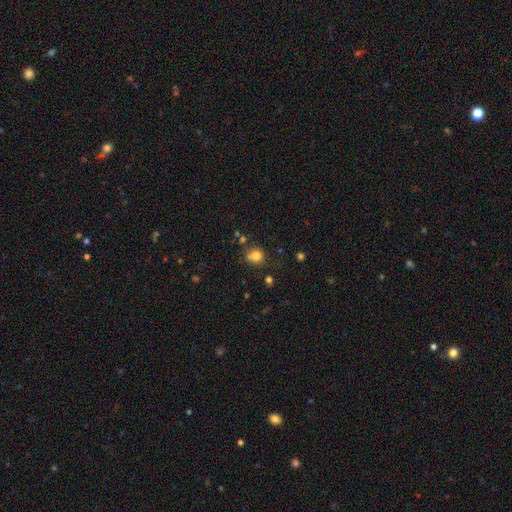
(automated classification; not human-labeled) Smooth or featured: smooth — 79% (star or artifact — 14%)
How rounded: round — 85% (in between — 14%)
Merging: none — 69% (minor disturbance — 14%)